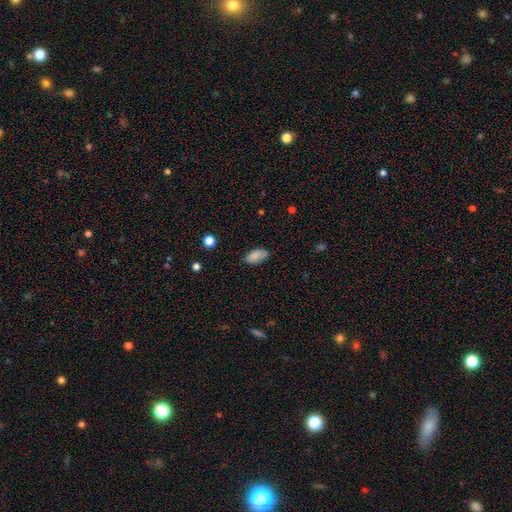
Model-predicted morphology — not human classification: type=smooth (86%); roundness=in between (93%); merging=none (75%).